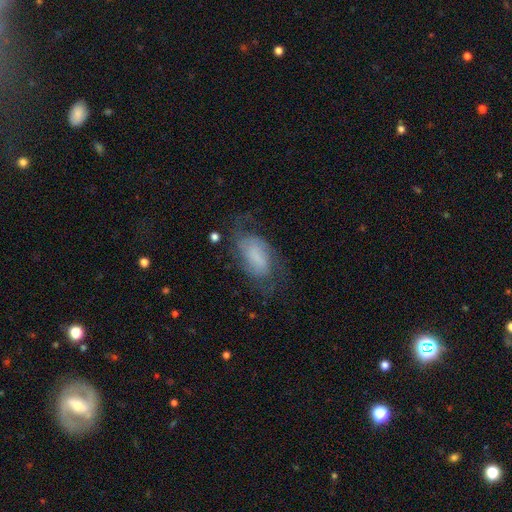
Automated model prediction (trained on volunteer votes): Smooth or featured? featured or disk (56%)
Edge-on disk? no (95%)
Bar? no (53%)
Spiral arms? yes (86%)
Bulge size? none (49%)
Merging? none (57%)